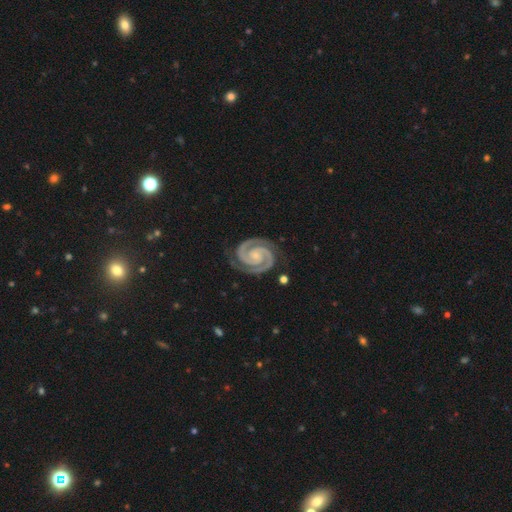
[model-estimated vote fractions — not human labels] Overall: featured or disk (95%). Edge-on disk: no (98%). Bar: no (64%). Spiral arms: yes (99%). Spiral arm count: 2 (94%). Spiral winding: tight (75%). Bulge size: small (69%). Merging: none (85%).